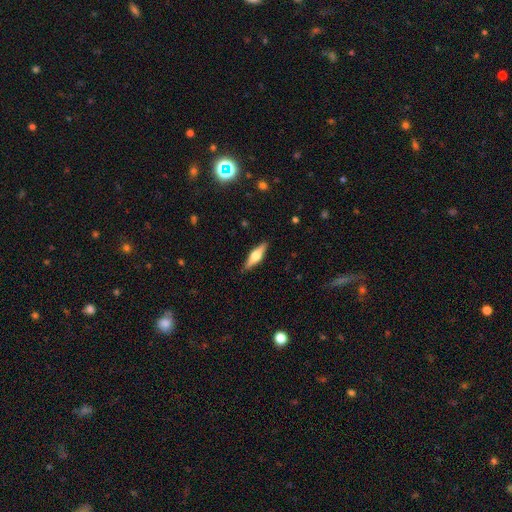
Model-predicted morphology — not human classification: Smooth or featured? featured or disk (55%)
Edge-on disk? yes (94%)
Edge-on bulge? rounded (94%)
Merging? none (89%)